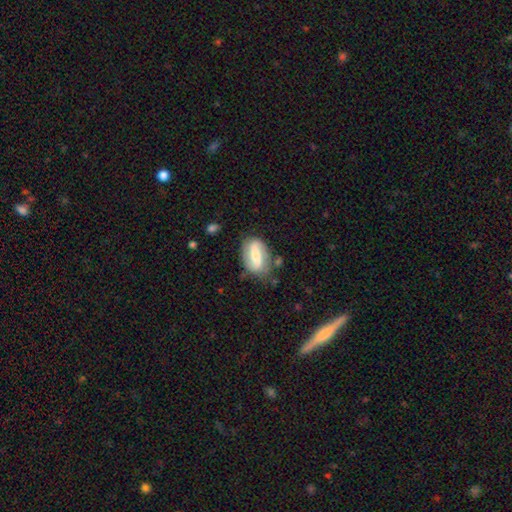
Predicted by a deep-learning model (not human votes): A featured or disk galaxy (60%) with a strong bar (59%), spiral arms (77%) and a moderate central bulge (38%). Merging: none (69%).